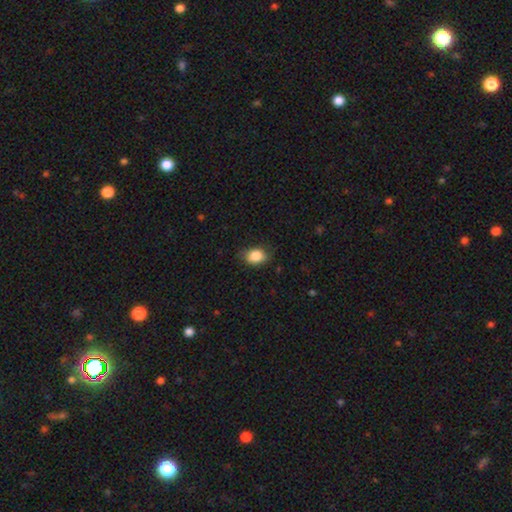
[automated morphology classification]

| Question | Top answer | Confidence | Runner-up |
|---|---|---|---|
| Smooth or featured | smooth | 86% | star or artifact (8%) |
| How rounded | in between | 72% | round (27%) |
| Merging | none | 77% | minor disturbance (19%) |